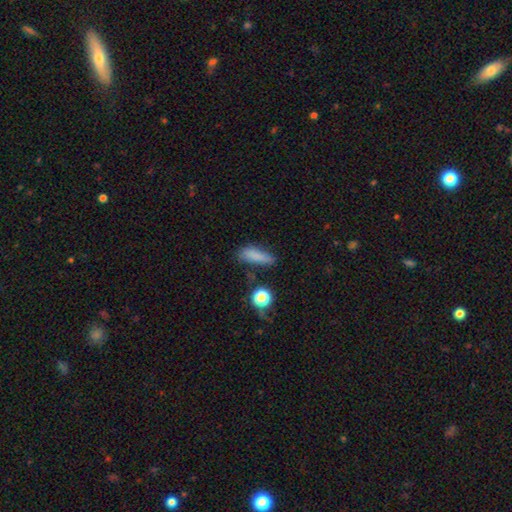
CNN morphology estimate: type=smooth (79%); roundness=cigar-shaped (59%); merging=none (63%).